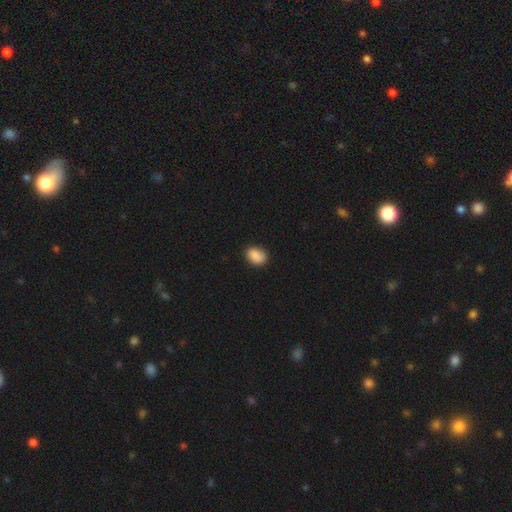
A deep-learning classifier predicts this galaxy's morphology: The model was most divided on "how rounded": in between: 75%, round: 24%, cigar-shaped: 1%. More confident: smooth or featured — smooth (88%); merging — none (82%).